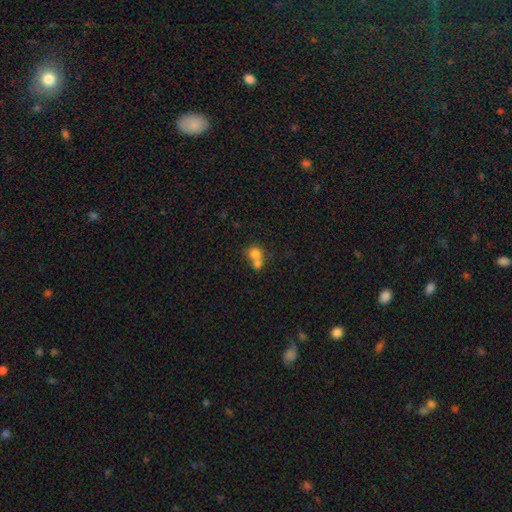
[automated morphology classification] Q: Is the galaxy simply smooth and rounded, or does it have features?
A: smooth — 74%.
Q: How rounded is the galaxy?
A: round — 70%.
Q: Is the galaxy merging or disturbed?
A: merger — 66%.